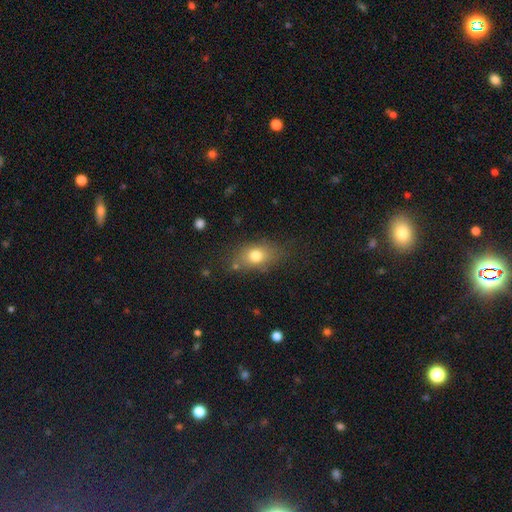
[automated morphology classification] Smooth or featured: smooth — 75% (featured or disk — 14%)
How rounded: in between — 73% (round — 22%)
Merging: none — 72% (minor disturbance — 18%)